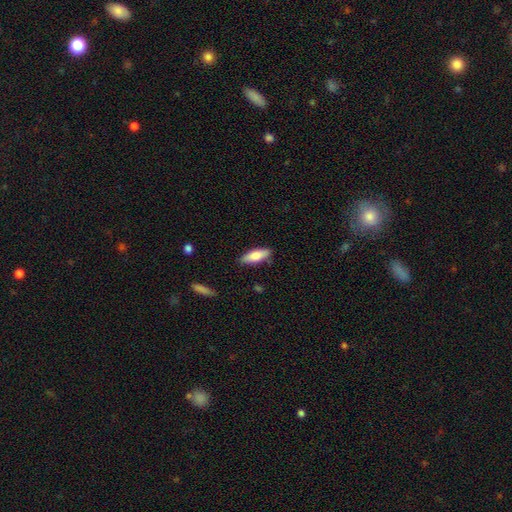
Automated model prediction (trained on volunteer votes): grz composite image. It shows a smooth galaxy with no disk features (78%) that is in between round and cigar-shaped (66%). Merging: none (84%).